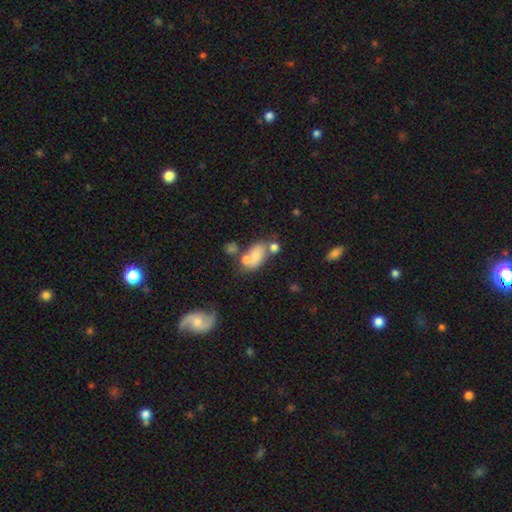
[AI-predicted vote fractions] Q: Smooth or featured?
A: smooth (64%); runner-up: featured or disk (25%)
Q: How rounded?
A: in between (85%); runner-up: round (13%)
Q: Merging?
A: merger (38%); runner-up: none (35%)